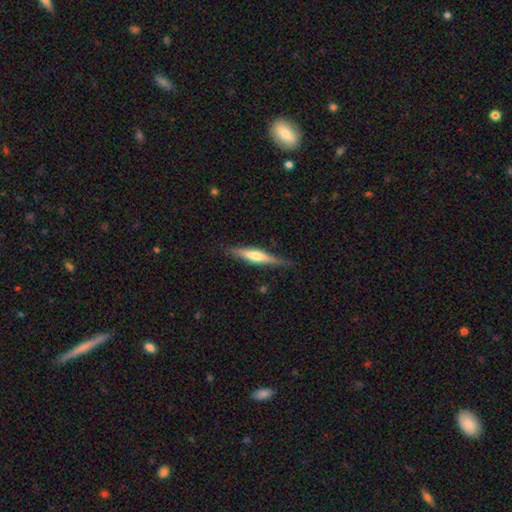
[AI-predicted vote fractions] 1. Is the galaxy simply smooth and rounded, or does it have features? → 52% featured or disk, 42% smooth, 6% star or artifact.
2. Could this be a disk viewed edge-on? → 95% yes, 5% no.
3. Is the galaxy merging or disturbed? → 80% none, 15% minor disturbance, 3% major disturbance, 1% merger.